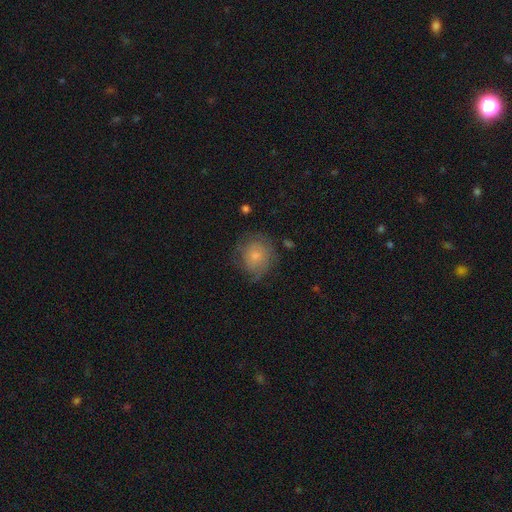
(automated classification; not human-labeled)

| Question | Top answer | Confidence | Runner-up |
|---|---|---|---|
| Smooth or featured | smooth | 61% | featured or disk (31%) |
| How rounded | round | 81% | in between (18%) |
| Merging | none | 63% | minor disturbance (24%) |